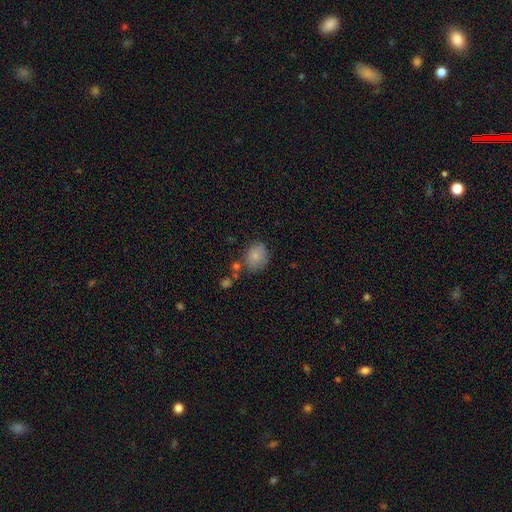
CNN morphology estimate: A smooth galaxy with no disk features (80%) that is round (54%). Merging: none (62%).